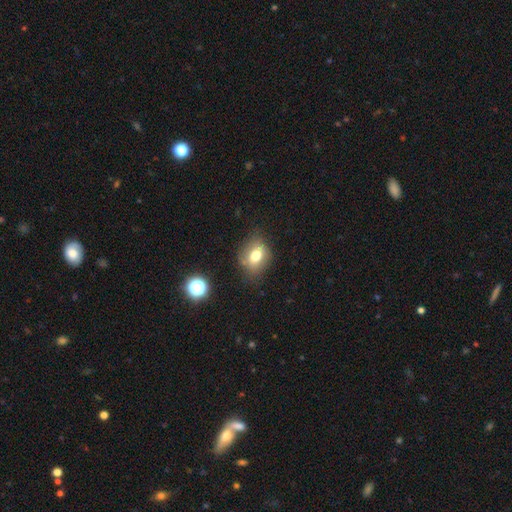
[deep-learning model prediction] The model was most divided on "how rounded": in between: 63%, round: 36%, cigar-shaped: 2%. More confident: smooth or featured — smooth (72%); merging — none (67%).